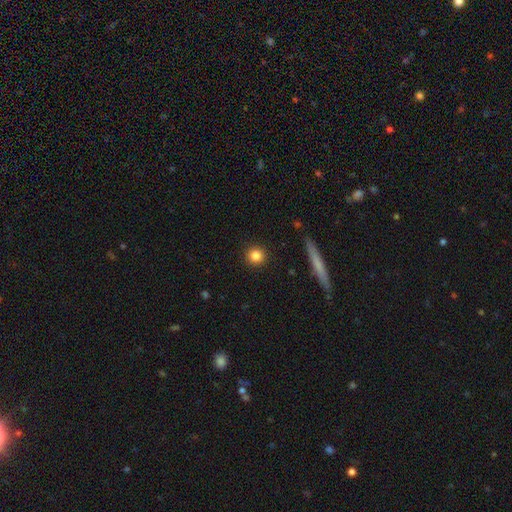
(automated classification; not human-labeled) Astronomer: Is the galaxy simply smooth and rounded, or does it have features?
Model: smooth — 84%.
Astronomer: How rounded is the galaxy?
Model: round — 92%.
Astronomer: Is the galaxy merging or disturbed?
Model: none — 91%.